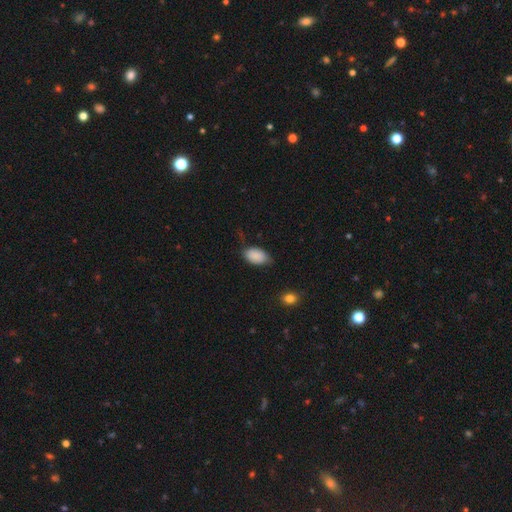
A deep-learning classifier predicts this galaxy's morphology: Q: Smooth or featured?
A: smooth (88%); runner-up: star or artifact (7%)
Q: How rounded?
A: in between (92%); runner-up: round (7%)
Q: Merging?
A: none (65%); runner-up: minor disturbance (28%)